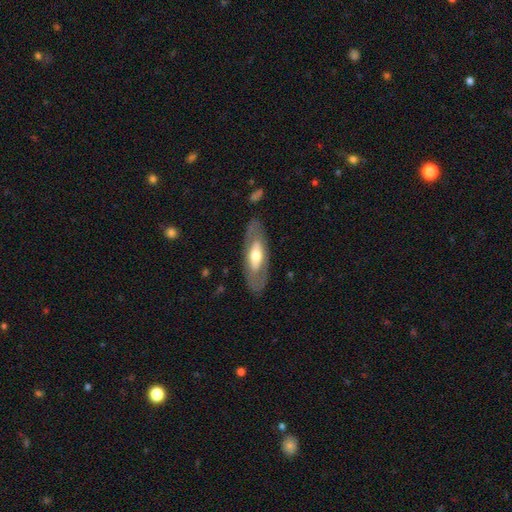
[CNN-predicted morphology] smooth_or_featured: featured or disk (p=0.54) [alt: smooth p=0.41]
disk_edge_on: no (p=0.73) [alt: yes p=0.27]
merging: none (p=0.80) [alt: minor disturbance p=0.12]